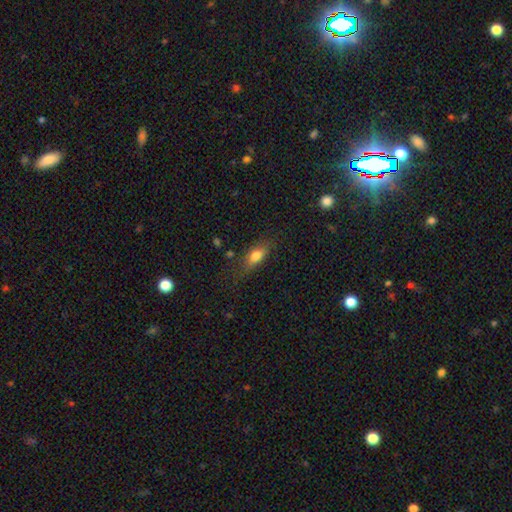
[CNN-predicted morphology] smooth_or_featured: smooth (p=0.76) [alt: featured or disk p=0.15]
how_rounded: in between (p=0.78) [alt: cigar-shaped p=0.16]
merging: none (p=0.71) [alt: minor disturbance p=0.20]